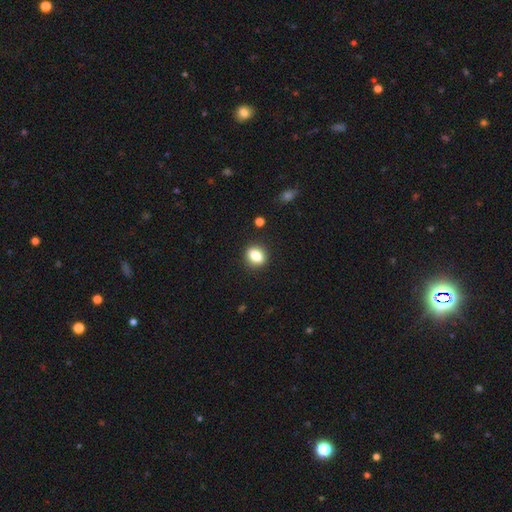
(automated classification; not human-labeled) Smooth or featured? smooth (81%)
How rounded? in between (53%)
Merging? none (89%)